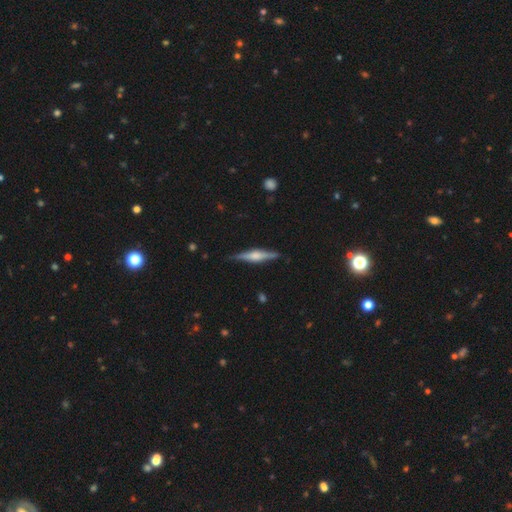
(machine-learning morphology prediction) Q: Smooth or featured?
A: featured or disk (69%); runner-up: smooth (25%)
Q: Edge-on disk?
A: yes (97%); runner-up: no (3%)
Q: Edge-on bulge?
A: rounded (71%); runner-up: boxy (23%)
Q: Merging?
A: none (86%); runner-up: minor disturbance (10%)